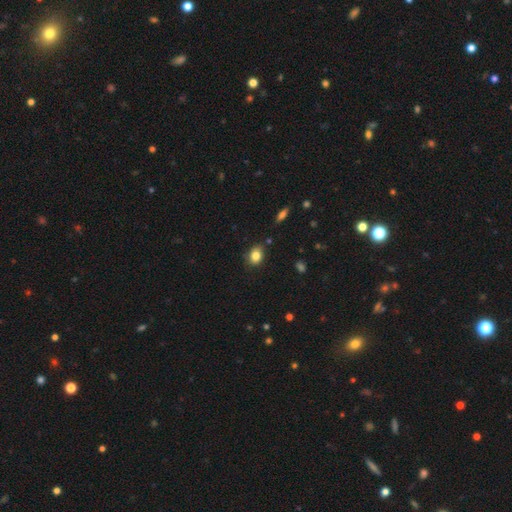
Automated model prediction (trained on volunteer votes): smooth-or-featured: smooth: 83% | star or artifact: 10% | featured or disk: 7%
  how-rounded: in between: 59% | round: 40% | cigar-shaped: 1%
  merging: none: 75% | minor disturbance: 19% | major disturbance: 4% | merger: 3%